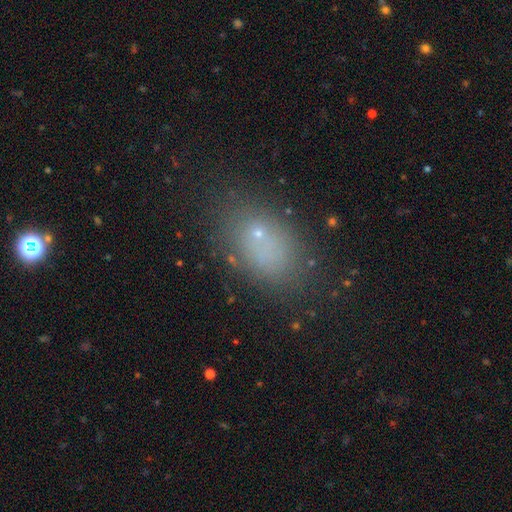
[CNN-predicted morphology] Q: Smooth or featured?
A: smooth (64%); runner-up: star or artifact (21%)
Q: How rounded?
A: in between (79%); runner-up: round (19%)
Q: Merging?
A: none (70%); runner-up: minor disturbance (17%)